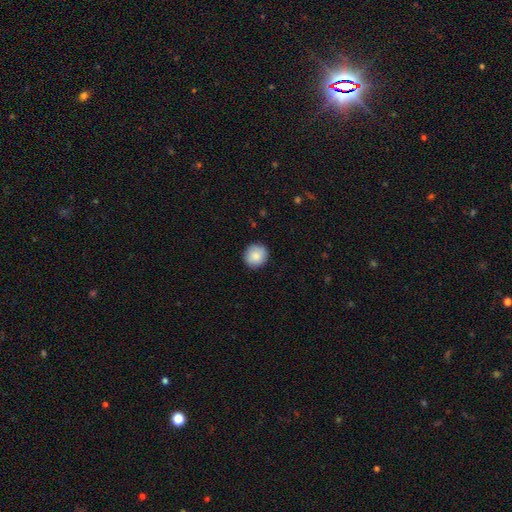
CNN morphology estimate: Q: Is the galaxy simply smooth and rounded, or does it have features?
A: smooth — 85%.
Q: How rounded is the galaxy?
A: round — 91%.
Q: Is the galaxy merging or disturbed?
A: none — 89%.